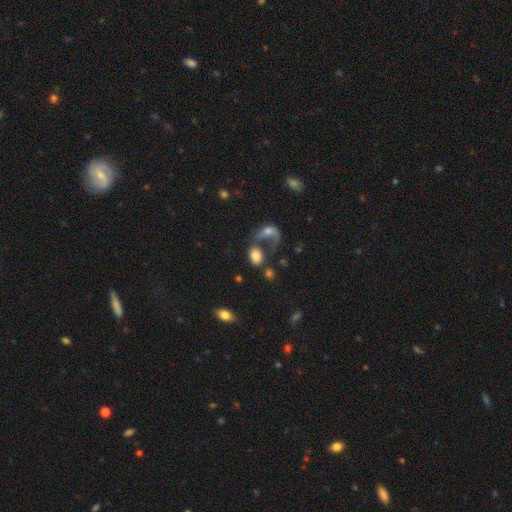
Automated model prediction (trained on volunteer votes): smooth-or-featured: smooth: 72% | featured or disk: 18% | star or artifact: 10%
  how-rounded: in between: 81% | round: 17% | cigar-shaped: 2%
  merging: merger: 40% | none: 30% | major disturbance: 20% | minor disturbance: 11%